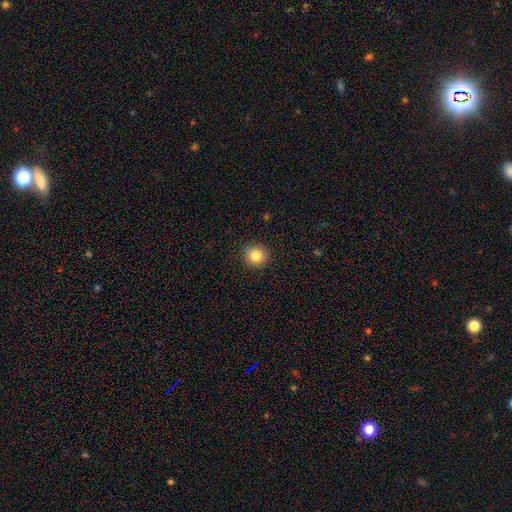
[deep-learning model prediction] Smooth or featured? smooth (84%)
How rounded? round (90%)
Merging? none (89%)